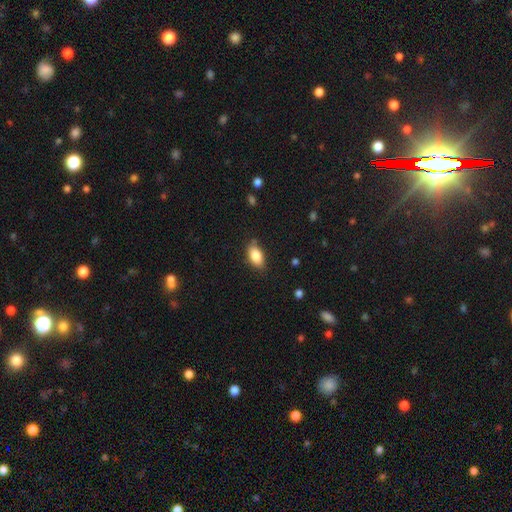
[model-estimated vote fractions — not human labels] smooth_or_featured: smooth (p=0.85) [alt: featured or disk p=0.08]
how_rounded: in between (p=0.90) [alt: round p=0.06]
merging: none (p=0.78) [alt: minor disturbance p=0.17]